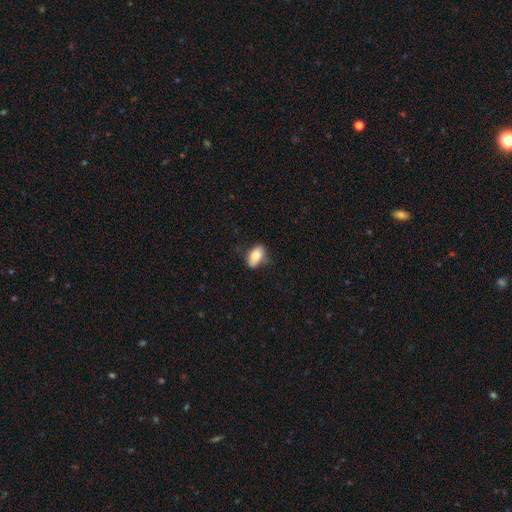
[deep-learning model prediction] A smooth galaxy with no disk features (82%) that is in between round and cigar-shaped (90%). Merging: none (73%).